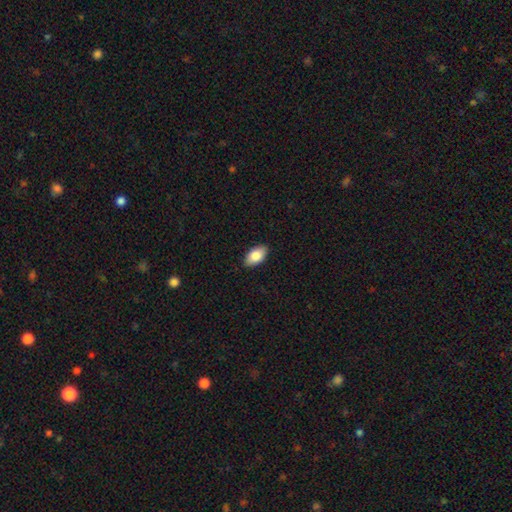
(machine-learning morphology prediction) The model was most divided on "smooth or featured": smooth: 85%, featured or disk: 9%, star or artifact: 6%. More confident: how rounded — in between (94%); merging — none (89%).